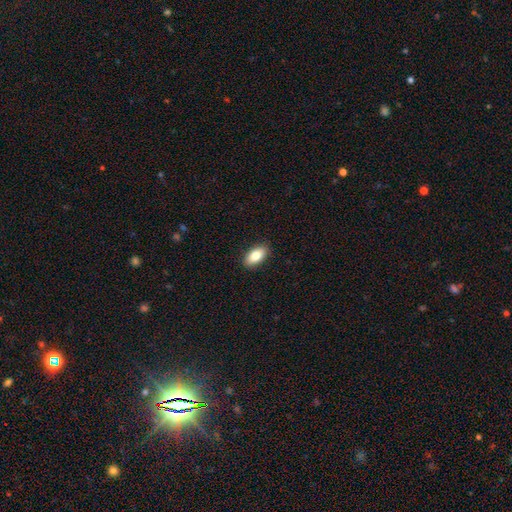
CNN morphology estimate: Smooth or featured? smooth (84%)
How rounded? in between (93%)
Merging? none (90%)